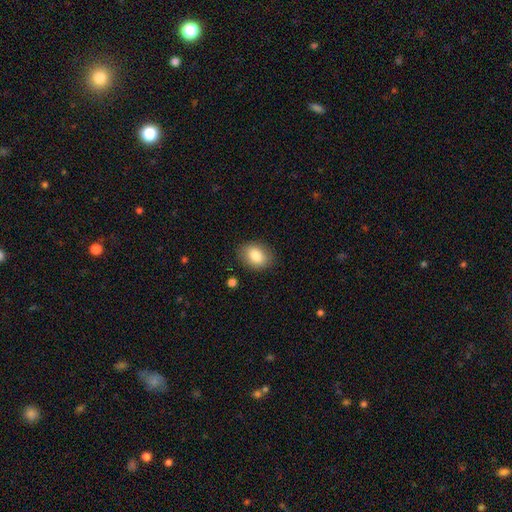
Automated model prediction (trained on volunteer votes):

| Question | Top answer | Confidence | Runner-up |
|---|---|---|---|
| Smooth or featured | smooth | 84% | featured or disk (9%) |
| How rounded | in between | 71% | round (28%) |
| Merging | none | 84% | minor disturbance (11%) |